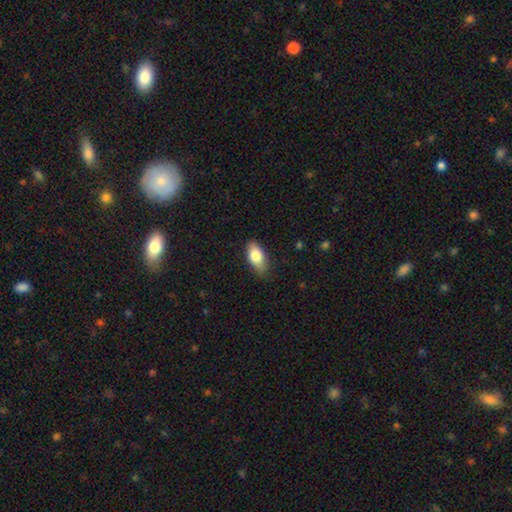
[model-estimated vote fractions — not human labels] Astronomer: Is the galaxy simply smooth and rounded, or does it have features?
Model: smooth — 80%.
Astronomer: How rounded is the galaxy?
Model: in between — 89%.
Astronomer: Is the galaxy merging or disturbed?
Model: none — 81%.